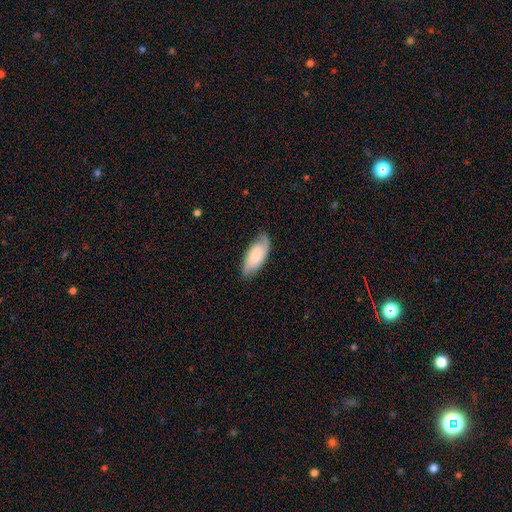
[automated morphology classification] A smooth galaxy with no disk features (52%) that is in between round and cigar-shaped (84%). Merging: none (73%).